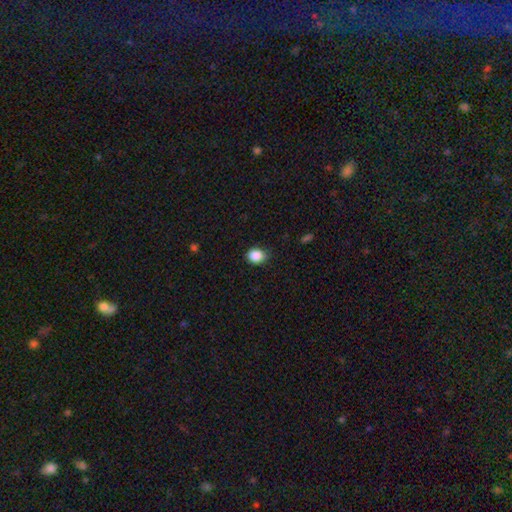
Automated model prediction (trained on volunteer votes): Smooth or featured?
  - smooth: 88% *
  - star or artifact: 9%
  - featured or disk: 3%
How rounded?
  - round: 56% *
  - in between: 43%
  - cigar-shaped: 1%
Merging?
  - none: 78% *
  - minor disturbance: 18%
  - major disturbance: 3%
  - merger: 1%